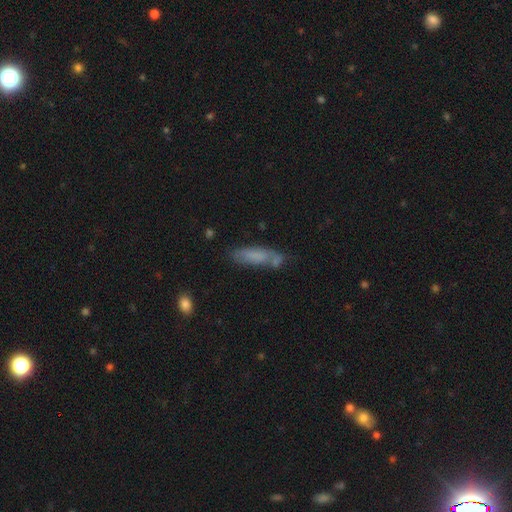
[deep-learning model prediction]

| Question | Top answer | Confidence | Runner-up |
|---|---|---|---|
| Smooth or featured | smooth | 69% | featured or disk (23%) |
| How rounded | cigar-shaped | 59% | in between (39%) |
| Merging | none | 57% | minor disturbance (23%) |